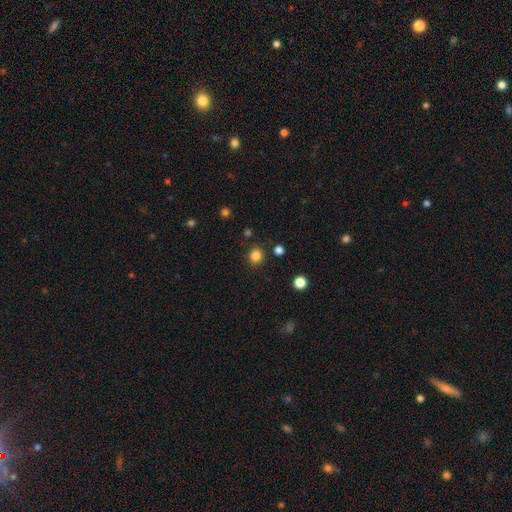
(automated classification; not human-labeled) smooth-or-featured: smooth: 84% | star or artifact: 12% | featured or disk: 4%
  how-rounded: round: 88% | in between: 12% | cigar-shaped: 1%
  merging: none: 88% | minor disturbance: 7% | merger: 2% | major disturbance: 2%